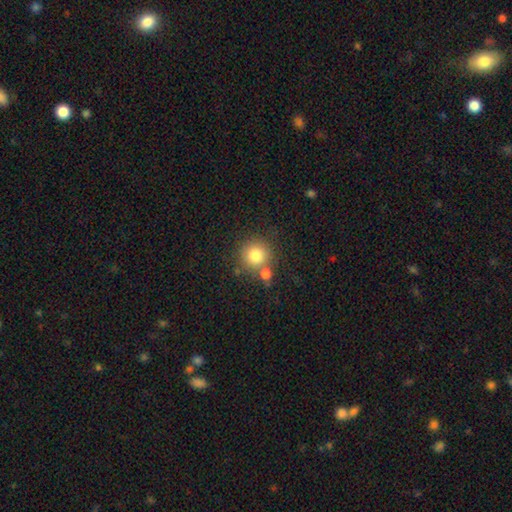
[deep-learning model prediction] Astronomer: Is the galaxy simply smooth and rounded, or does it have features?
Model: smooth — 80%.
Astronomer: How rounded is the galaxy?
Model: round — 92%.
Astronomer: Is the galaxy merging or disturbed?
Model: none — 66%.